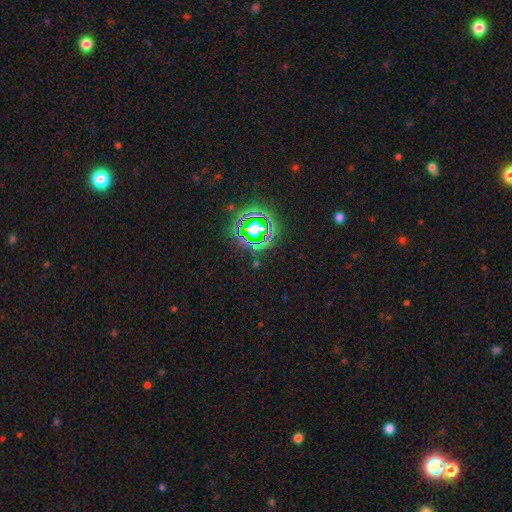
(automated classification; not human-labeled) This appears to be a star or artifact, not a galaxy (76%).